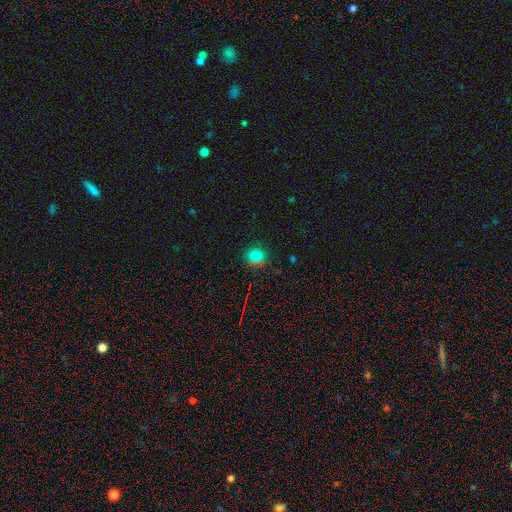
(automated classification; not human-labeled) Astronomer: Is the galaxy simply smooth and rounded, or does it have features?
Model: smooth — 69%.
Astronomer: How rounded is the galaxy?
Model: round — 80%.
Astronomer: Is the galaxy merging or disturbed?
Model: none — 81%.